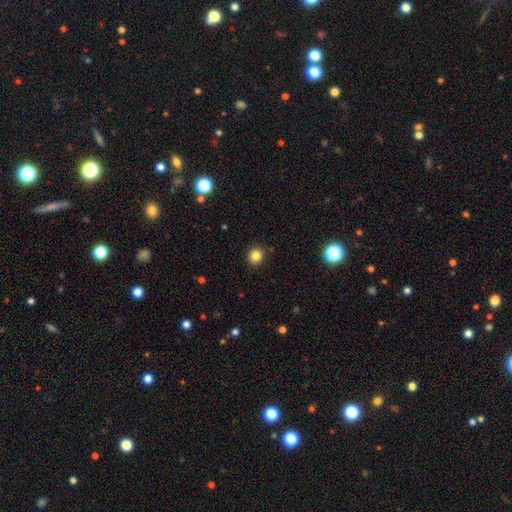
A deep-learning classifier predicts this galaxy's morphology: Q: Smooth or featured?
A: smooth (83%); runner-up: star or artifact (12%)
Q: How rounded?
A: round (90%); runner-up: in between (10%)
Q: Merging?
A: none (90%); runner-up: minor disturbance (6%)